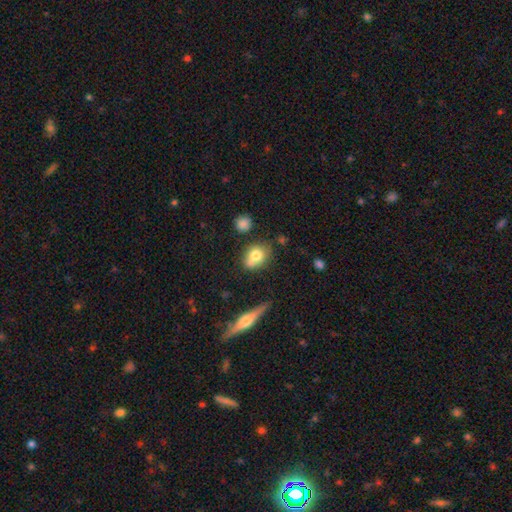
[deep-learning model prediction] A smooth galaxy with no disk features (74%) that is round (52%). Merging: none (52%).